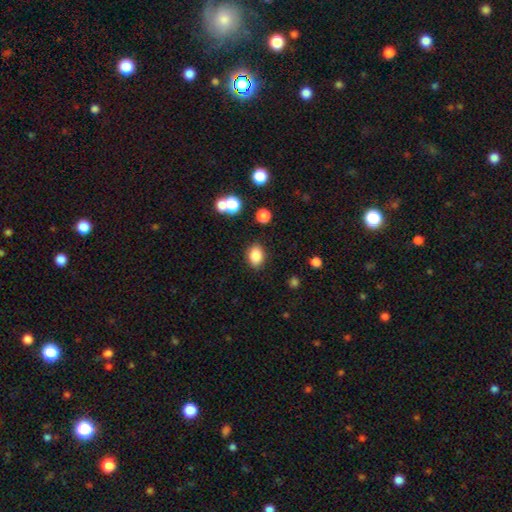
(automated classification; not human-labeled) Smooth or featured? smooth (85%)
How rounded? in between (77%)
Merging? none (85%)